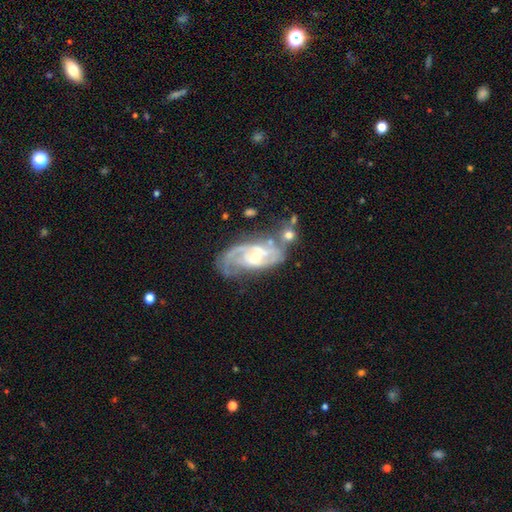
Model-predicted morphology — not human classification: The model was most divided on "spiral winding": medium: 43%, tight: 42%, loose: 15%. Remaining: edge-on disk — no (95%); spiral arms — yes (94%); smooth or featured — featured or disk (86%); spiral arm count — 2 (56%); bulge size — small (48%); merging — none (47%); bar — no (44%).